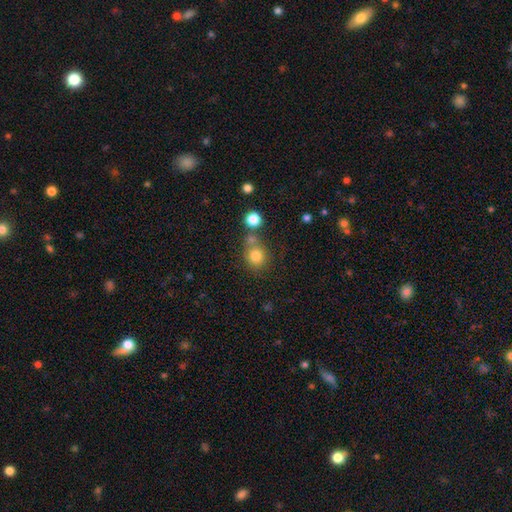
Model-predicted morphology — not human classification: Smooth or featured? Predicted: smooth (p=0.80). How rounded? Predicted: round (p=0.81). Merging? Predicted: none (p=0.60).